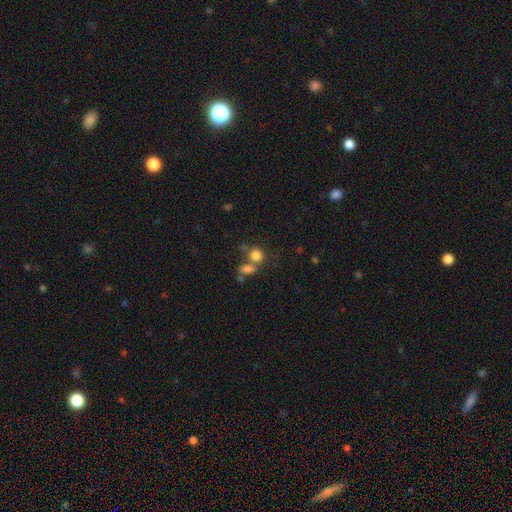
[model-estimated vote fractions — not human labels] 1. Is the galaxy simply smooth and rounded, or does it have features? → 80% smooth, 12% star or artifact, 8% featured or disk.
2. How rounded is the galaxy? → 71% round, 28% in between, 1% cigar-shaped.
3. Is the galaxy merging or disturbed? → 44% none, 39% merger, 11% minor disturbance, 6% major disturbance.